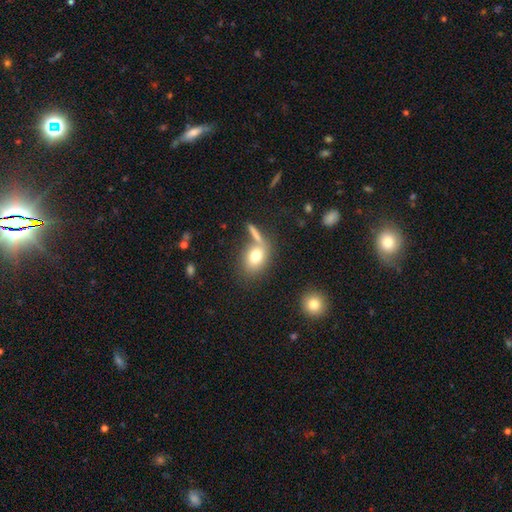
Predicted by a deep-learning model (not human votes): Smooth or featured? smooth (75%)
How rounded? in between (67%)
Merging? none (57%)